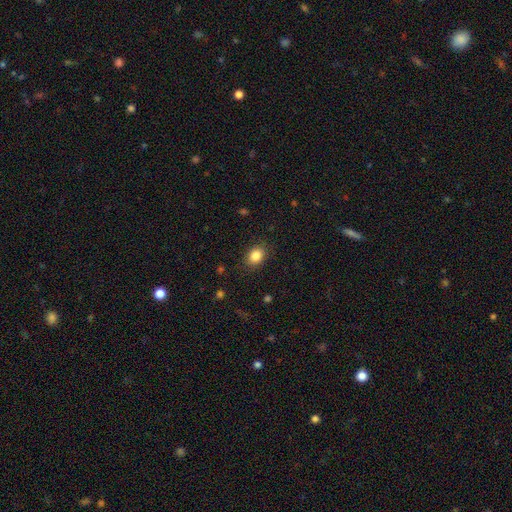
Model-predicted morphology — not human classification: A smooth galaxy with no disk features (85%) that is in between round and cigar-shaped (59%). Merging: none (85%).